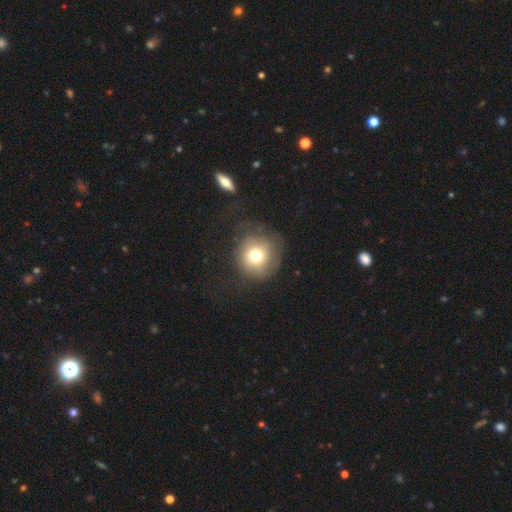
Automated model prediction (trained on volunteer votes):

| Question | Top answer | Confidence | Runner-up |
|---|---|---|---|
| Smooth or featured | smooth | 71% | featured or disk (17%) |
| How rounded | round | 91% | in between (9%) |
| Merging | none | 63% | minor disturbance (18%) |